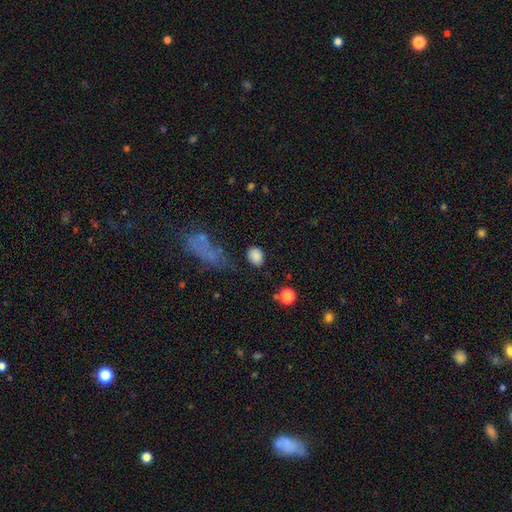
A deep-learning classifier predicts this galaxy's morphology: Smooth or featured?
  - smooth: 86% *
  - star or artifact: 9%
  - featured or disk: 5%
How rounded?
  - in between: 62% *
  - round: 37%
  - cigar-shaped: 2%
Merging?
  - none: 81% *
  - minor disturbance: 12%
  - major disturbance: 4%
  - merger: 3%